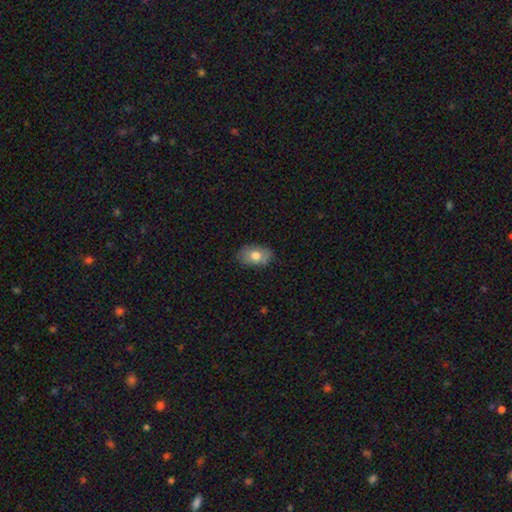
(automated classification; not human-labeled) smooth_or_featured: smooth (p=0.74) [alt: featured or disk p=0.18]
how_rounded: in between (p=0.85) [alt: round p=0.14]
merging: none (p=0.81) [alt: minor disturbance p=0.15]